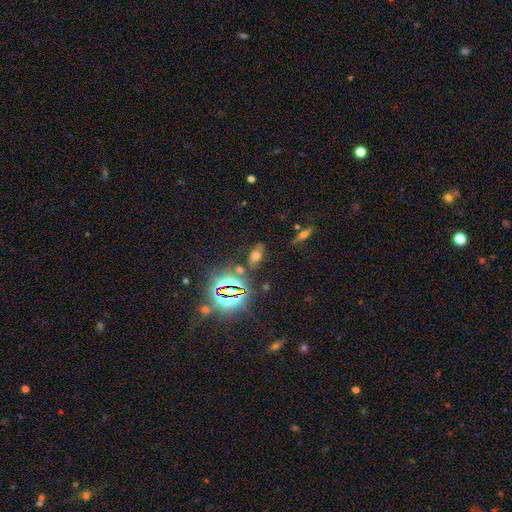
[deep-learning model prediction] smooth 50%, star or artifact 34%, featured or disk 16%. Down the decision tree: how rounded — in between (84%); merging — none (77%).